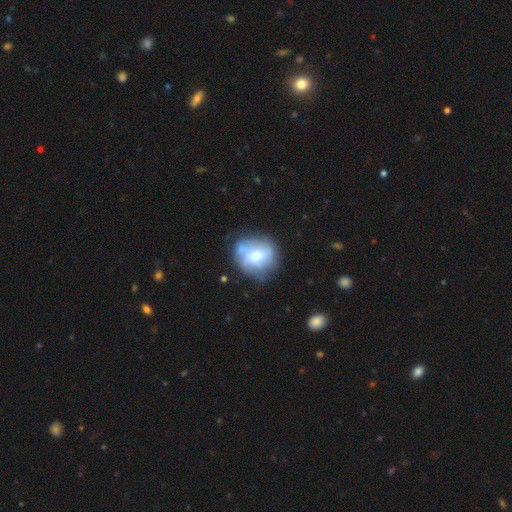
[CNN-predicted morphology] Q: Smooth or featured?
A: smooth (51%); runner-up: featured or disk (40%)
Q: How rounded?
A: round (73%); runner-up: in between (26%)
Q: Merging?
A: none (60%); runner-up: minor disturbance (24%)